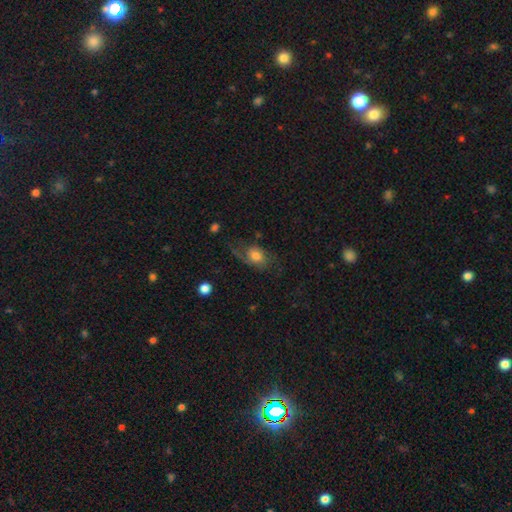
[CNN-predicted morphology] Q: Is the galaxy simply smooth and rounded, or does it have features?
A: smooth — 53%.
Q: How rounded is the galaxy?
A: in between — 65%.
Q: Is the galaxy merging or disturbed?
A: none — 43%.